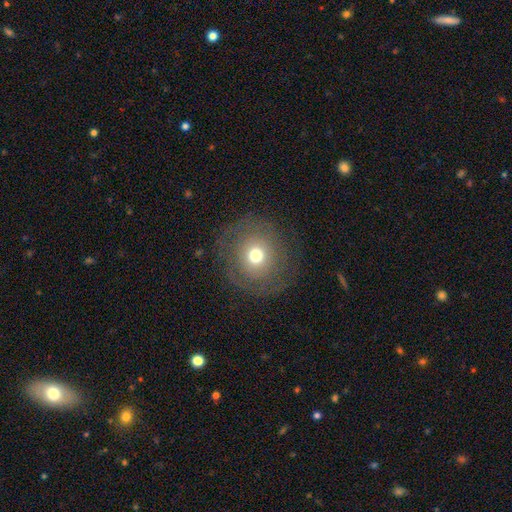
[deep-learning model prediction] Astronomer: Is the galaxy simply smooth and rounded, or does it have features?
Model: smooth — 60%.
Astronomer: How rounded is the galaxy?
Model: round — 87%.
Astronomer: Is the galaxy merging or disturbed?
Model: none — 78%.